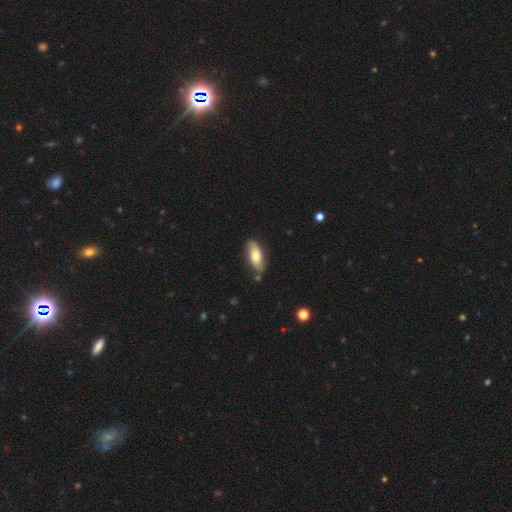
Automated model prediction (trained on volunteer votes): Overall: smooth (63%; featured or disk 31%). How rounded: in between (78%). Merging: none (74%).